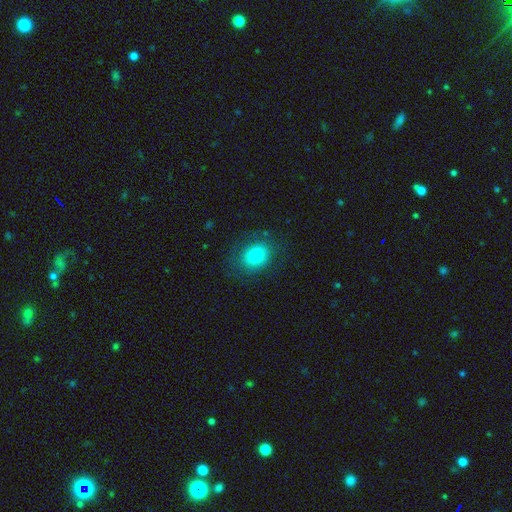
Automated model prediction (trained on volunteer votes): Smooth or featured? smooth (85%)
How rounded? in between (58%)
Merging? none (80%)